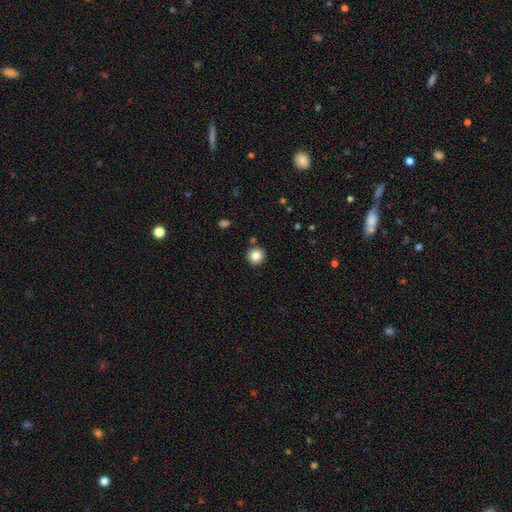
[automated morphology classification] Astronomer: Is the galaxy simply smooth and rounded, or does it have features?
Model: smooth — 84%.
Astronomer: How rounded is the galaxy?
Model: round — 94%.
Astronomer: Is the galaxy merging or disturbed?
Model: none — 89%.